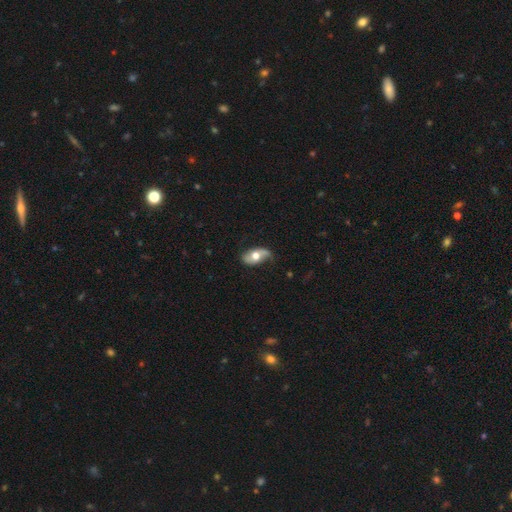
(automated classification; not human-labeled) This appears to be a featured or disk galaxy (52%). Merging: none (57%).